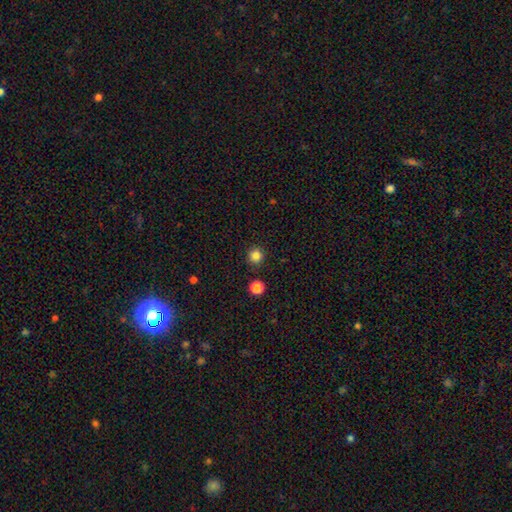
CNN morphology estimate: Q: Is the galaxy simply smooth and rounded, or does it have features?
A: smooth — 84%.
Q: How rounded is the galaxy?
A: round — 94%.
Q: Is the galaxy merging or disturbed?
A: none — 90%.